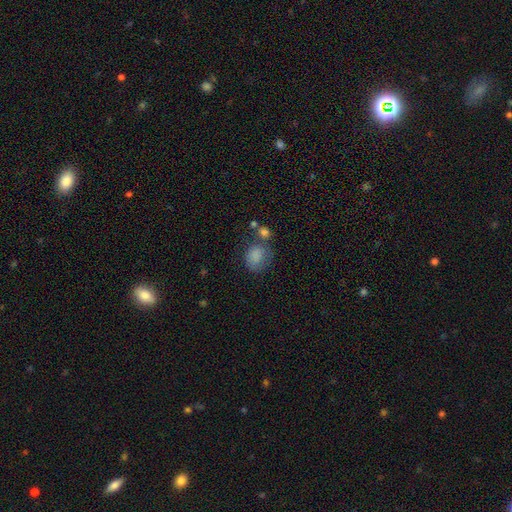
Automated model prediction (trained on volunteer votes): A smooth galaxy with no disk features (81%) that is round (63%).

Vote fractions:
- Smooth or featured? smooth: 81% / star or artifact: 10% / featured or disk: 9%
- How rounded? round: 63% / in between: 36% / cigar-shaped: 1%
- Merging? none: 47% / minor disturbance: 23% / major disturbance: 16% / merger: 15%